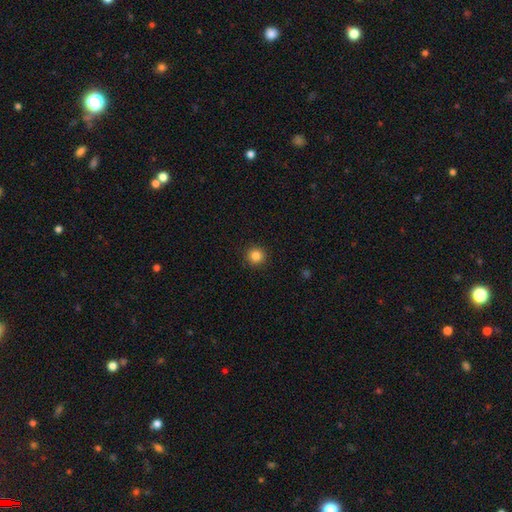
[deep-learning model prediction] This is clearly a smooth galaxy (84%). How rounded: clearly round (95%). Merging: clearly none (92%).